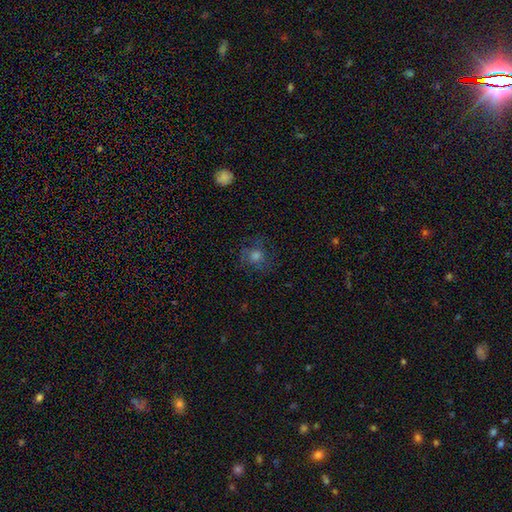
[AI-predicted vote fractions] smooth-or-featured: smooth: 48% | featured or disk: 27% | star or artifact: 25%
  merging: none: 73% | minor disturbance: 16% | major disturbance: 10% | merger: 1%